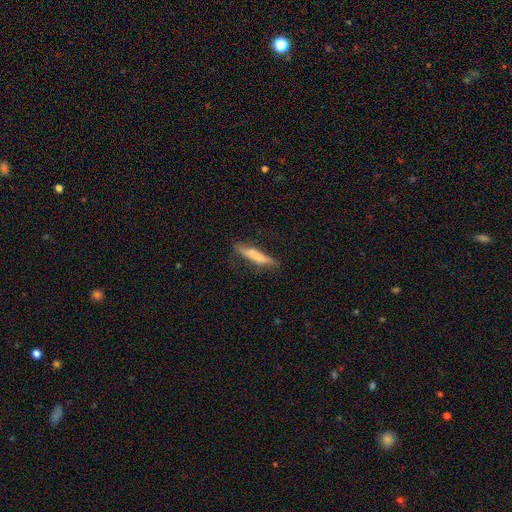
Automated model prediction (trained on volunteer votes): Overall: smooth (70%). How rounded: cigar-shaped (87%). Merging: none (69%).